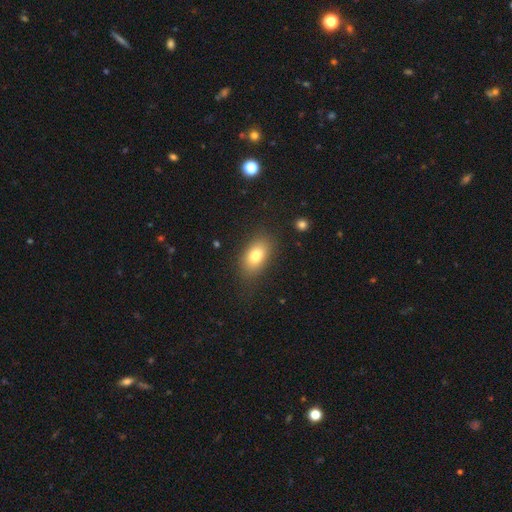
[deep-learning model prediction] Smooth or featured? smooth (79%)
How rounded? in between (87%)
Merging? none (81%)